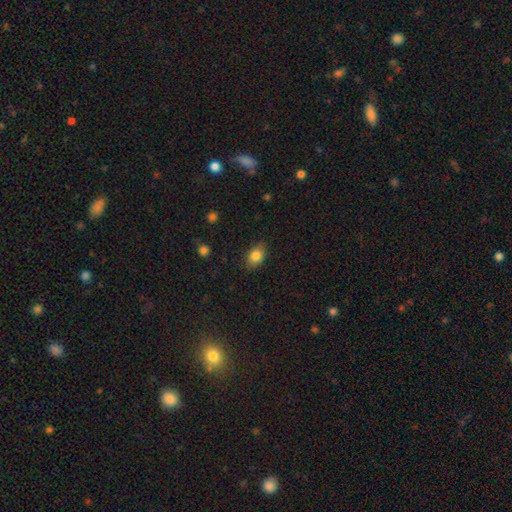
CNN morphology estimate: Smooth or featured?
  - smooth: 84% *
  - star or artifact: 9%
  - featured or disk: 7%
How rounded?
  - in between: 77% *
  - round: 21%
  - cigar-shaped: 2%
Merging?
  - none: 83% *
  - minor disturbance: 13%
  - major disturbance: 3%
  - merger: 1%